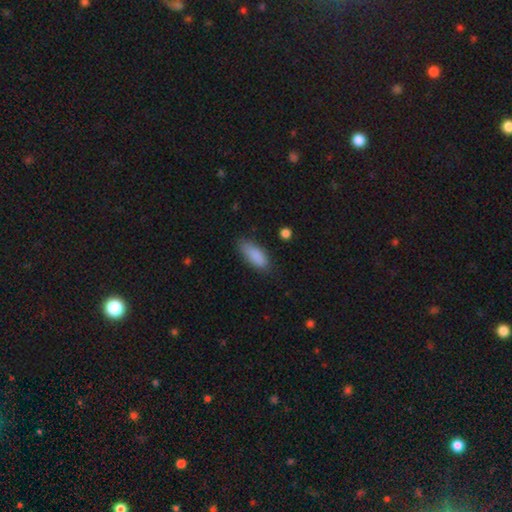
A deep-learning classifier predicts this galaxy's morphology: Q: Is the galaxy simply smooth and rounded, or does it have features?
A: smooth — 87%.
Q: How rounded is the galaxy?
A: in between — 72%.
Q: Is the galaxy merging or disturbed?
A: none — 74%.